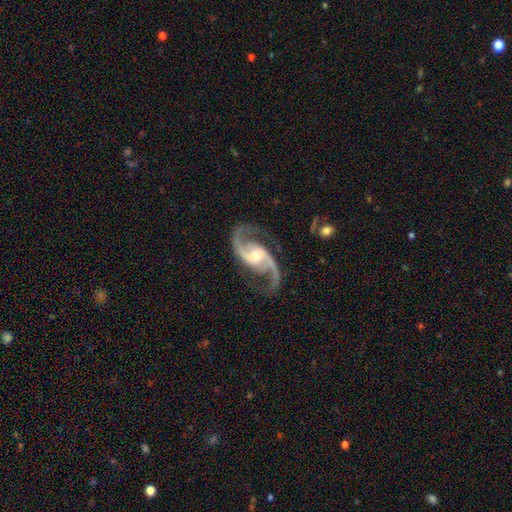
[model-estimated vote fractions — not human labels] smooth_or_featured: featured or disk (p=0.94) [alt: star or artifact p=0.04]
disk_edge_on: no (p=0.98) [alt: yes p=0.02]
bar: no (p=0.44) [alt: weak p=0.38]
has_spiral_arms: yes (p=0.99) [alt: no p=0.01]
spiral_winding: medium (p=0.51) [alt: loose p=0.39]
spiral_arm_count: 2 (p=0.94) [alt: 3 p=0.01]
bulge_size: moderate (p=0.58) [alt: small p=0.35]
merging: none (p=0.81) [alt: minor disturbance p=0.12]